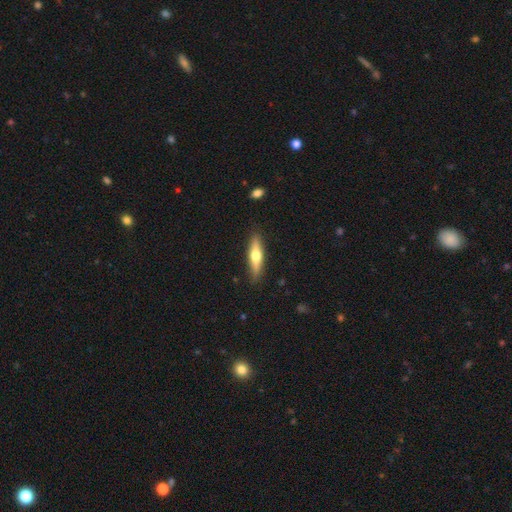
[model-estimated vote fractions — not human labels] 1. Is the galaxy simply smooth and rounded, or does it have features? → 48% featured or disk, 47% smooth, 6% star or artifact.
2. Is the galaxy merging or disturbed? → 87% none, 9% minor disturbance, 2% major disturbance, 1% merger.